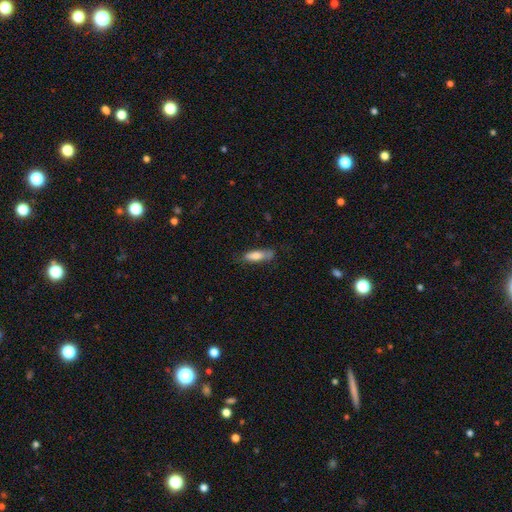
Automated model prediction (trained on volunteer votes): smooth-or-featured: smooth: 75% | featured or disk: 18% | star or artifact: 7%
  how-rounded: in between: 52% | cigar-shaped: 46% | round: 2%
  merging: none: 62% | minor disturbance: 26% | major disturbance: 8% | merger: 3%